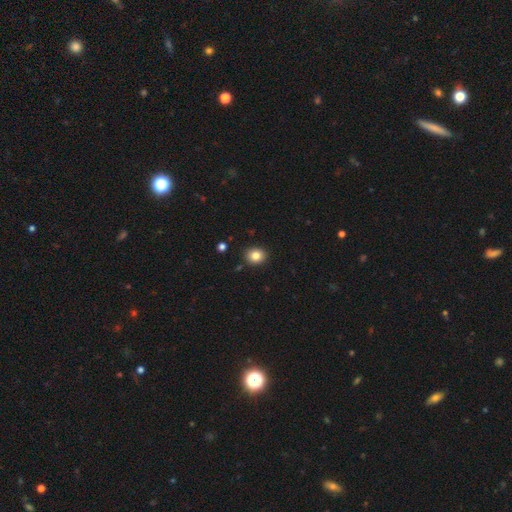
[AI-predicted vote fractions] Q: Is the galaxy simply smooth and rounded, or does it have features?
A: smooth — 83%.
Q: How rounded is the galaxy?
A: round — 66%.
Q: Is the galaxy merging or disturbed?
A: none — 89%.